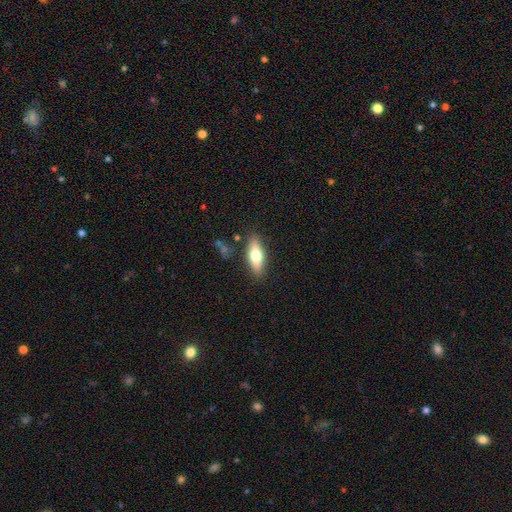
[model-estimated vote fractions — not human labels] The model was most divided on "how rounded": in between: 61%, cigar-shaped: 36%, round: 3%. More confident: merging — none (84%); smooth or featured — smooth (63%).